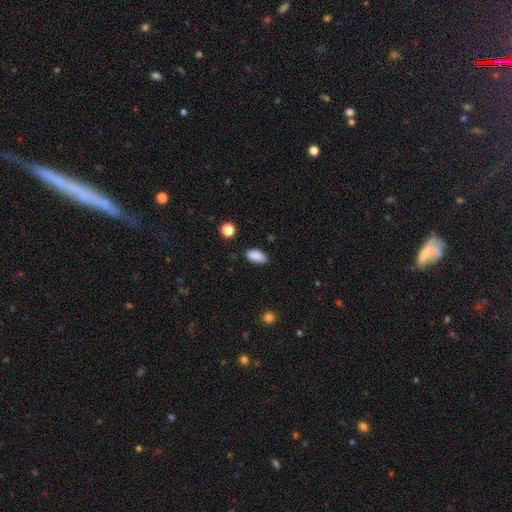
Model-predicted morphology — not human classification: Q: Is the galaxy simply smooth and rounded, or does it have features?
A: smooth — 87%.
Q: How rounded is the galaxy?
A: in between — 91%.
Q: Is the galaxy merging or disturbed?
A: none — 76%.